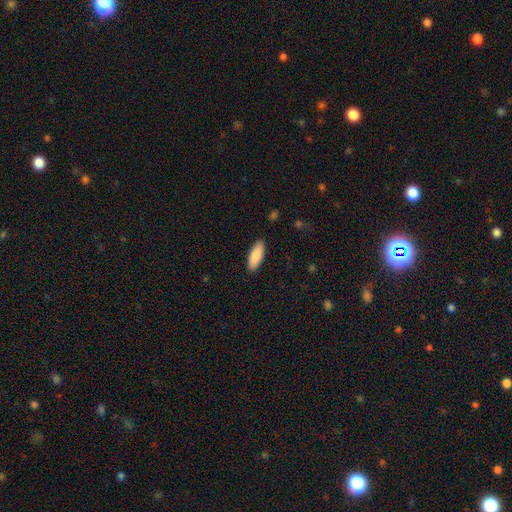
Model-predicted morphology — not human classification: This is clearly a smooth galaxy (86%). How rounded: likely in between (70%). Merging: clearly none (89%).